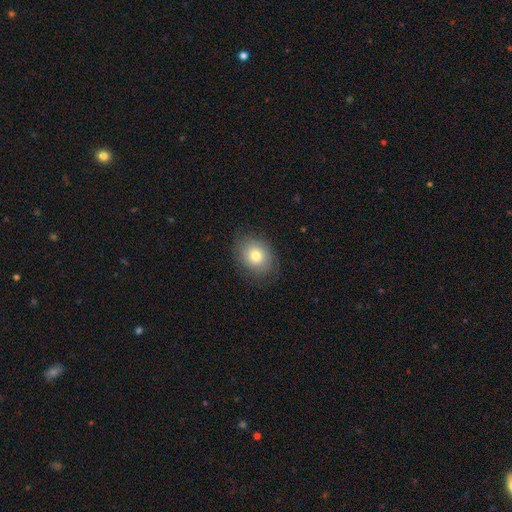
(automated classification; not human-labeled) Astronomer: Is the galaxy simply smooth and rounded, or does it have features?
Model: smooth — 75%.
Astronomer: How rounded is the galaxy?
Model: round — 55% (runner-up: in between, 44%).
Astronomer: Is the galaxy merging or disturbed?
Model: none — 81%.